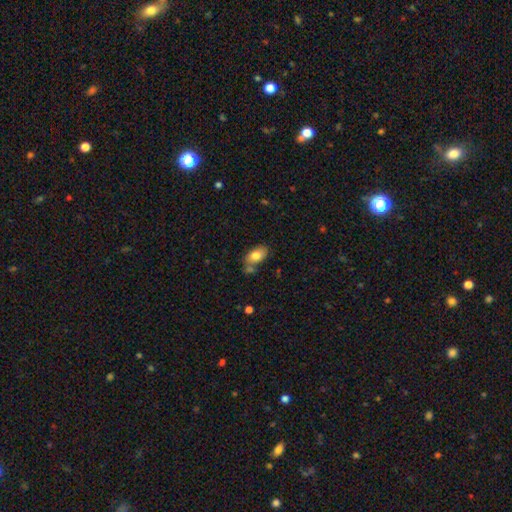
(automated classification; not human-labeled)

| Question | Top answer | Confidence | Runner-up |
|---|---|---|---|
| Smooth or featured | smooth | 79% | featured or disk (13%) |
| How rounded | in between | 91% | round (7%) |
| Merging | none | 60% | merger (18%) |